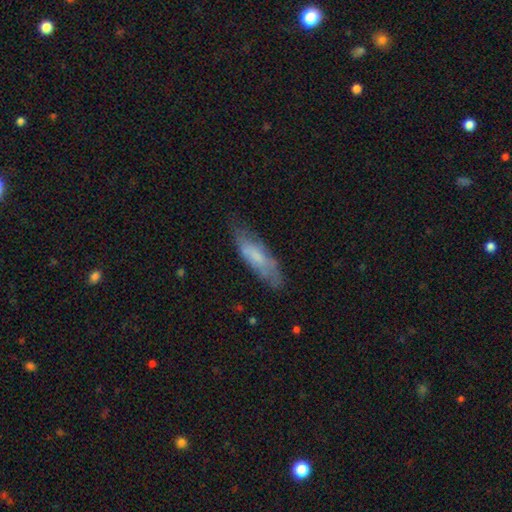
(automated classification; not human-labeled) Overall: smooth (61%; featured or disk 33%). How rounded: cigar-shaped (53%; in between 46%). Merging: none (65%; minor disturbance 26%).